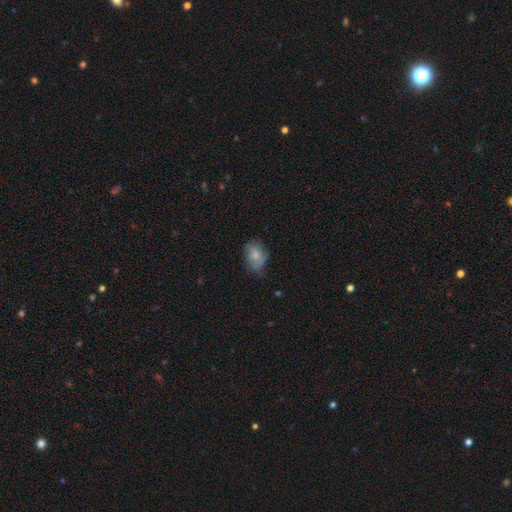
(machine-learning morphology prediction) The model was most divided on "merging": none: 50%, minor disturbance: 36%, major disturbance: 12%, merger: 2%. More confident: how rounded — in between (72%); smooth or featured — smooth (70%).